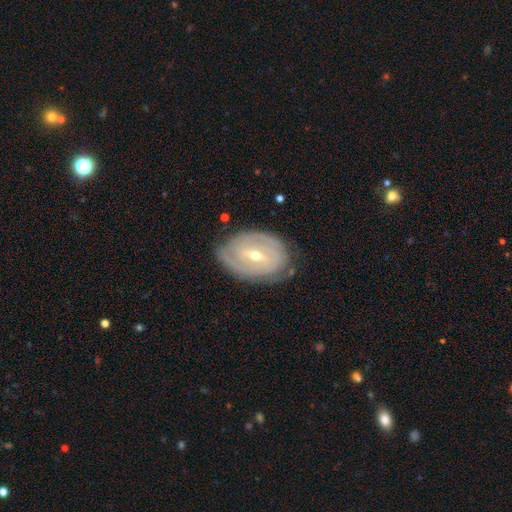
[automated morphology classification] A featured or disk galaxy (84%) with a weak bar (50%), 2 (48%) tight (77%) spiral arms (91%) and a moderate central bulge (53%). Merging: none (76%).